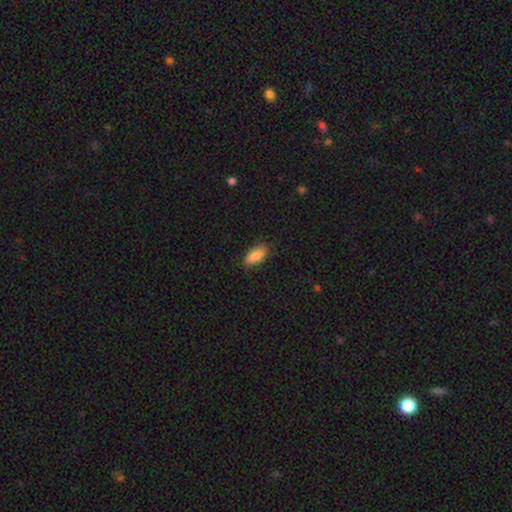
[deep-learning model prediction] Smooth or featured?
  - smooth: 83% *
  - featured or disk: 10%
  - star or artifact: 7%
How rounded?
  - in between: 86% *
  - cigar-shaped: 11%
  - round: 3%
Merging?
  - none: 77% *
  - minor disturbance: 18%
  - major disturbance: 3%
  - merger: 1%